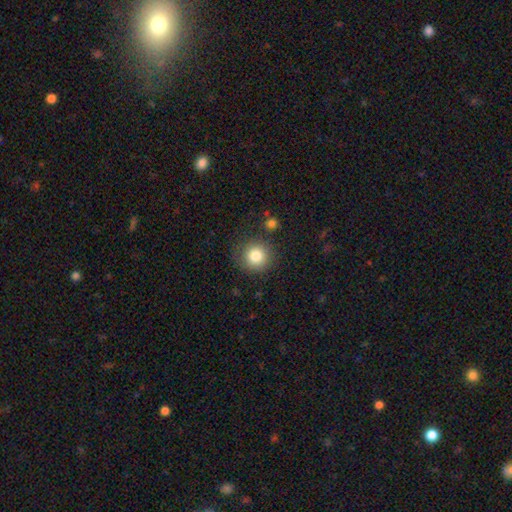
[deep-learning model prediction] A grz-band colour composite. It shows a smooth galaxy with no disk features (82%) that is round (93%). Merging: none (84%).